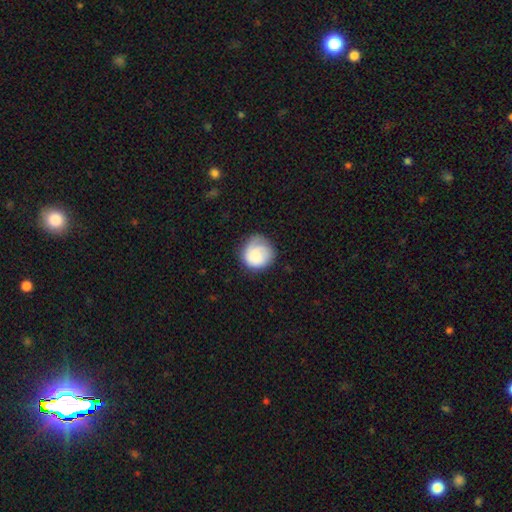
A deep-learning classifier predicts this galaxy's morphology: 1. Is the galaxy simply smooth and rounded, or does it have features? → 70% smooth, 23% featured or disk, 7% star or artifact.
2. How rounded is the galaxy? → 88% round, 11% in between, 1% cigar-shaped.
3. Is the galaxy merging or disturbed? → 64% none, 24% minor disturbance, 10% major disturbance, 2% merger.